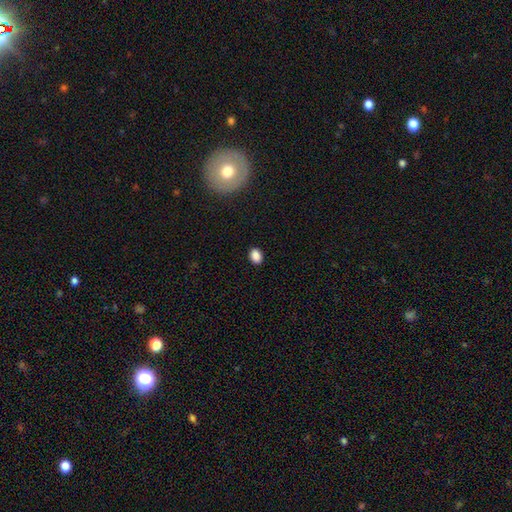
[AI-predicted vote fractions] Morphology: type=smooth (87%); roundness=in between (74%); merging=none (89%).